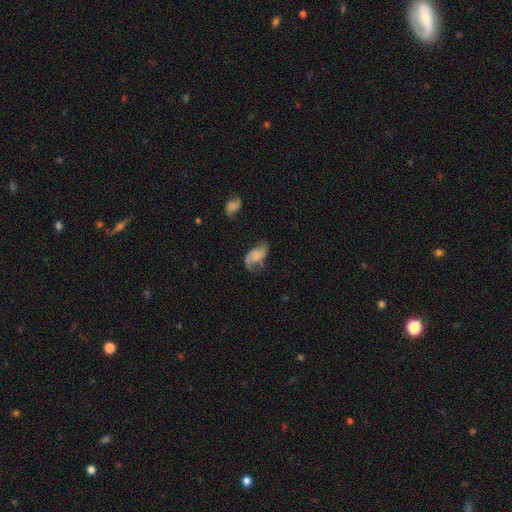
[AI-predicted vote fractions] Morphology: type=featured or disk (62%); edge-on=no (97%); bar=no (65%); spiral arms=yes (88%); winding=loose (59%); arm count=2 (80%); bulge=none (62%); merging=none (48%).